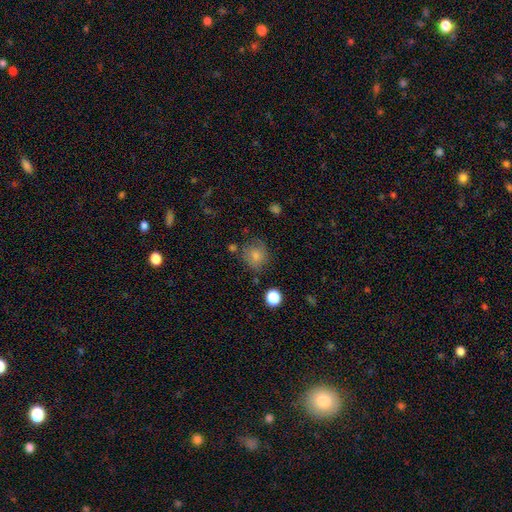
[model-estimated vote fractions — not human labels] smooth-or-featured: smooth: 78% | star or artifact: 11% | featured or disk: 11%
  how-rounded: round: 85% | in between: 14% | cigar-shaped: 1%
  merging: none: 71% | minor disturbance: 18% | major disturbance: 6% | merger: 5%